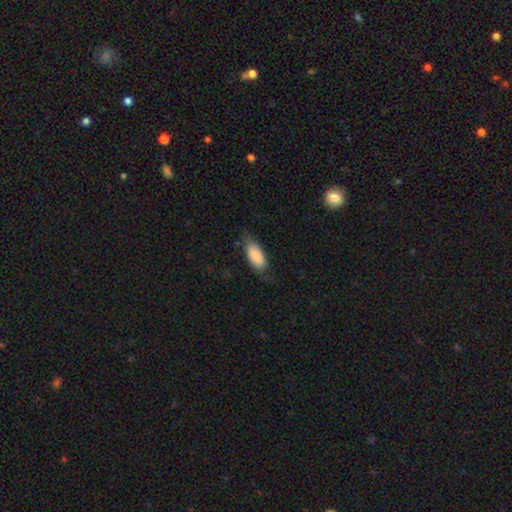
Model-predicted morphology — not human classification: The model was most divided on "merging": none: 65%, minor disturbance: 25%, major disturbance: 9%, merger: 1%. More confident: how rounded — in between (87%); smooth or featured — smooth (85%).